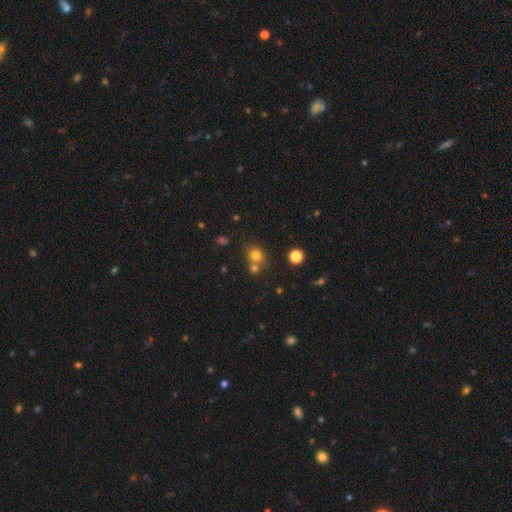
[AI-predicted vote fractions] The model was most divided on "merging": none: 57%, merger: 31%, minor disturbance: 9%, major disturbance: 3%. More confident: smooth or featured — smooth (76%); how rounded — round (75%).